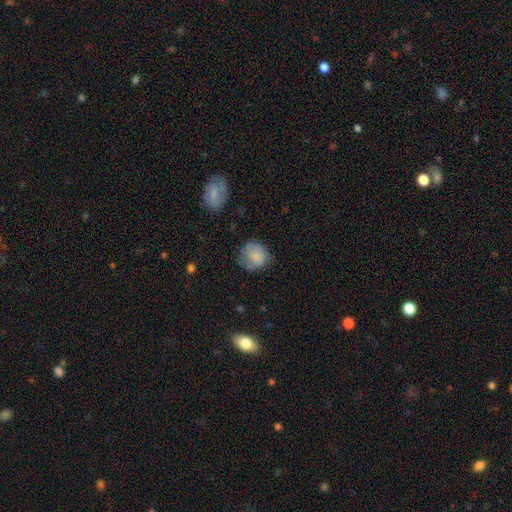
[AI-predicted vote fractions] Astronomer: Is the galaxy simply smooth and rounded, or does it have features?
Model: smooth — 81%.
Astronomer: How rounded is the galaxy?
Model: round — 80%.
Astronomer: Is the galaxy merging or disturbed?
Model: none — 62%.